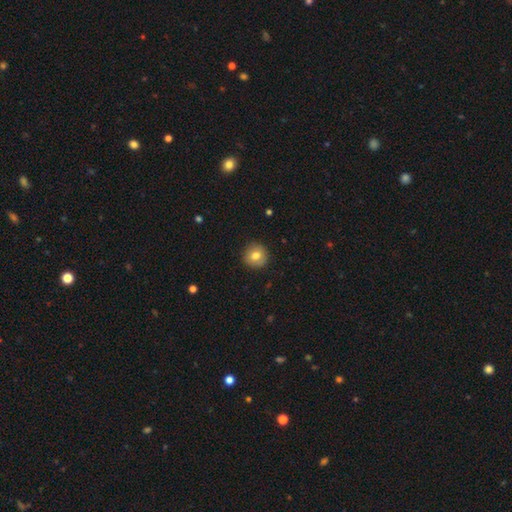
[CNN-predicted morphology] Smooth or featured? Predicted: smooth (p=0.79). How rounded? Predicted: round (p=0.94). Merging? Predicted: none (p=0.91).